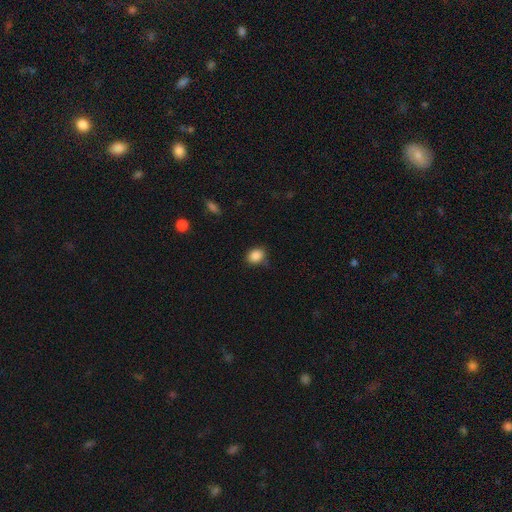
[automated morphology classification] The model was most divided on "how rounded": in between: 52%, round: 47%, cigar-shaped: 1%. More confident: smooth or featured — smooth (87%); merging — none (78%).